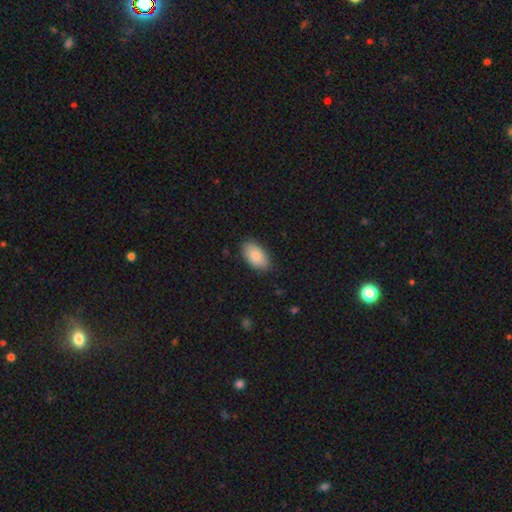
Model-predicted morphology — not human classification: Q: Smooth or featured?
A: smooth (85%); runner-up: featured or disk (9%)
Q: How rounded?
A: in between (94%); runner-up: round (4%)
Q: Merging?
A: none (84%); runner-up: minor disturbance (12%)